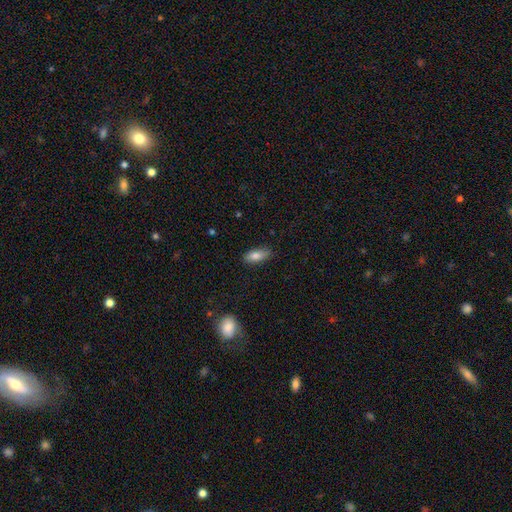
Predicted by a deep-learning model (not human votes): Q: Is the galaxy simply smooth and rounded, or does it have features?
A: smooth — 82%.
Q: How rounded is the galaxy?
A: in between — 81%.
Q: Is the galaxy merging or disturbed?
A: none — 84%.